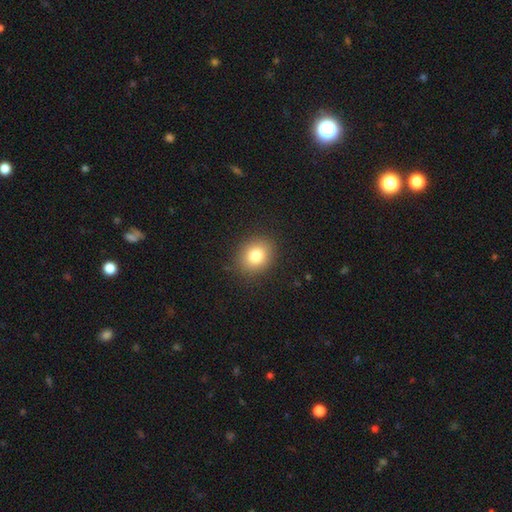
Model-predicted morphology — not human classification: smooth_or_featured: smooth (p=0.81) [alt: star or artifact p=0.11]
how_rounded: round (p=0.63) [alt: in between p=0.36]
merging: none (p=0.89) [alt: minor disturbance p=0.08]